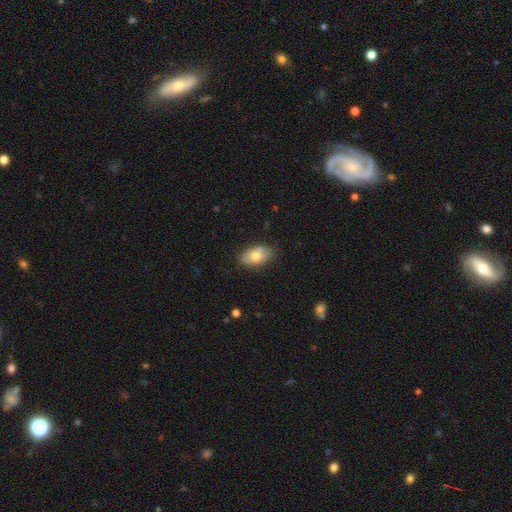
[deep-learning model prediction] Smooth or featured?
  - smooth: 77% *
  - featured or disk: 17%
  - star or artifact: 7%
How rounded?
  - in between: 92% *
  - round: 6%
  - cigar-shaped: 2%
Merging?
  - none: 81% *
  - minor disturbance: 14%
  - major disturbance: 3%
  - merger: 2%